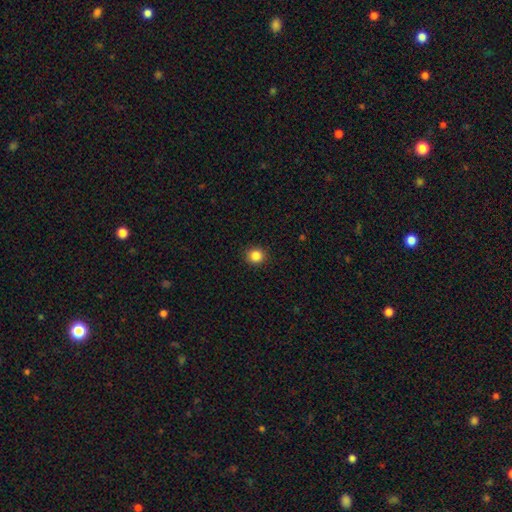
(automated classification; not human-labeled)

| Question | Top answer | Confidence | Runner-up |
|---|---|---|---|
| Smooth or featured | smooth | 85% | star or artifact (11%) |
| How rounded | round | 90% | in between (9%) |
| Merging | none | 92% | minor disturbance (5%) |